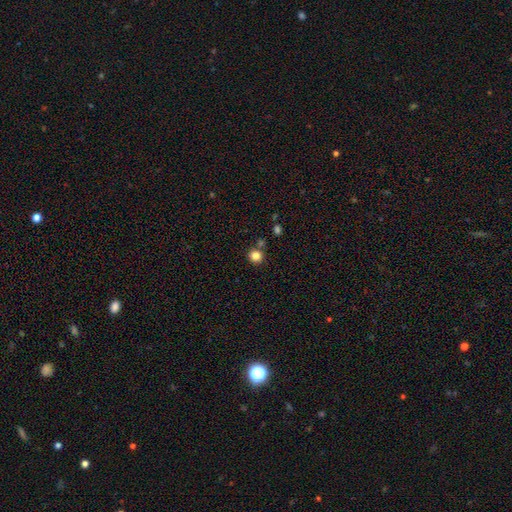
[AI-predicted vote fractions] Morphology: type=smooth (82%); roundness=round (93%); merging=none (82%).